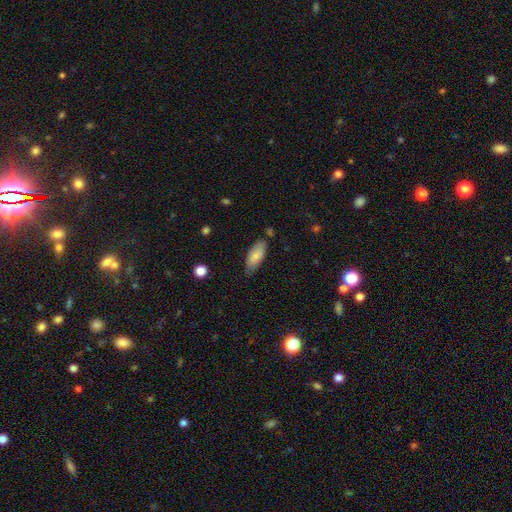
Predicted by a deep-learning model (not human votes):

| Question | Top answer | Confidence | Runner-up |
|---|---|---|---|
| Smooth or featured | smooth | 81% | featured or disk (13%) |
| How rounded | in between | 81% | cigar-shaped (17%) |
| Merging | none | 71% | minor disturbance (23%) |